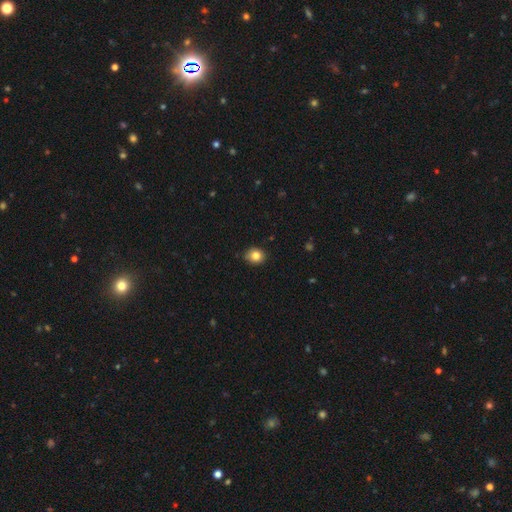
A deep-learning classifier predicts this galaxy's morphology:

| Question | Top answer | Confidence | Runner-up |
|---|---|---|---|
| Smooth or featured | smooth | 83% | star or artifact (10%) |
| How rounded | round | 74% | in between (25%) |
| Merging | none | 84% | minor disturbance (13%) |